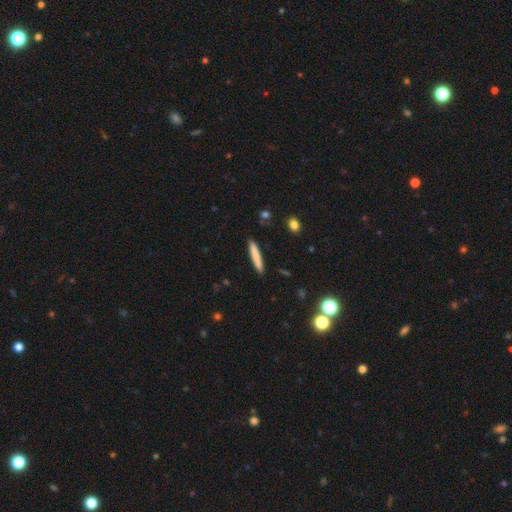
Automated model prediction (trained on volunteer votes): A smooth galaxy with no disk features (77%) that is cigar-shaped (95%).

Vote fractions:
- Smooth or featured? smooth: 77% / featured or disk: 17% / star or artifact: 6%
- How rounded? cigar-shaped: 95% / in between: 4% / round: 1%
- Merging? none: 90% / minor disturbance: 7% / major disturbance: 2% / merger: 1%